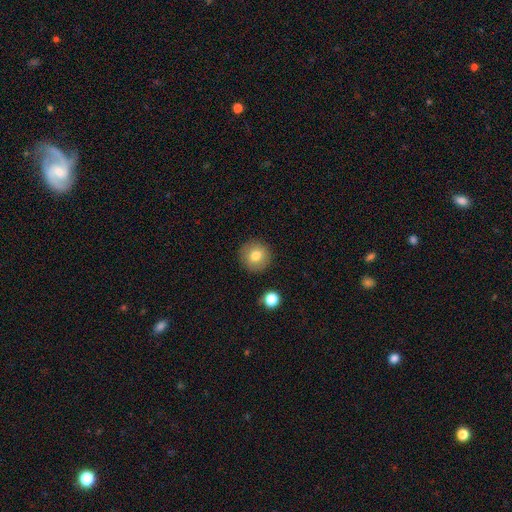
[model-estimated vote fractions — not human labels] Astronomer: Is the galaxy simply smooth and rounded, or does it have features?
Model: smooth — 79%.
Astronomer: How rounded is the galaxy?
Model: round — 94%.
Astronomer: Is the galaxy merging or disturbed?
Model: none — 90%.